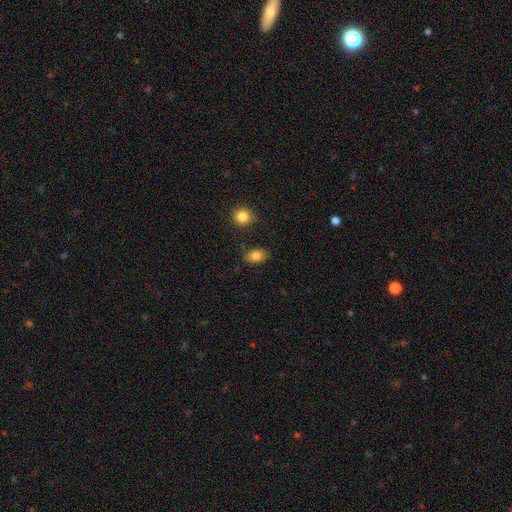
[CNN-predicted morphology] smooth_or_featured: smooth (p=0.82) [alt: star or artifact p=0.09]
how_rounded: in between (p=0.81) [alt: round p=0.17]
merging: none (p=0.81) [alt: minor disturbance p=0.13]